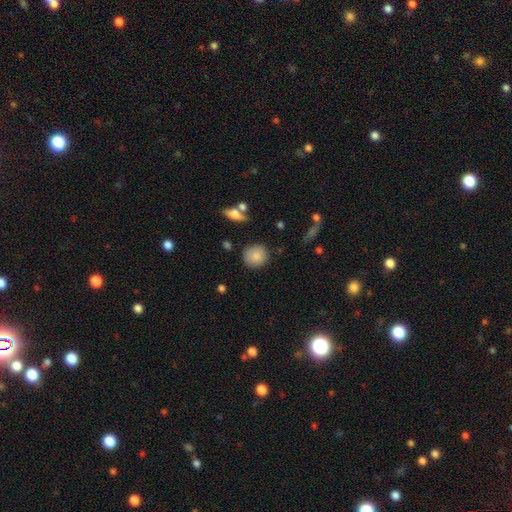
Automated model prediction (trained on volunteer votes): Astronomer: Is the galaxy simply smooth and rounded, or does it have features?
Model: smooth — 84%.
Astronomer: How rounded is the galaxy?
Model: round — 88%.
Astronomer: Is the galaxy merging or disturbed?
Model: none — 84%.